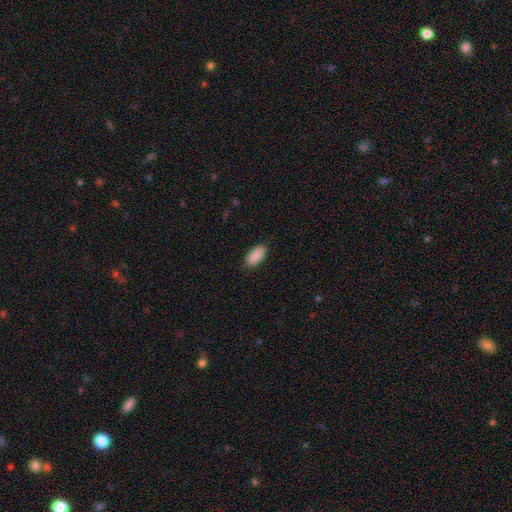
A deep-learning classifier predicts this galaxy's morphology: The model was most divided on "merging": none: 88%, minor disturbance: 9%, major disturbance: 2%, merger: 1%. More confident: how rounded — in between (92%); smooth or featured — smooth (91%).